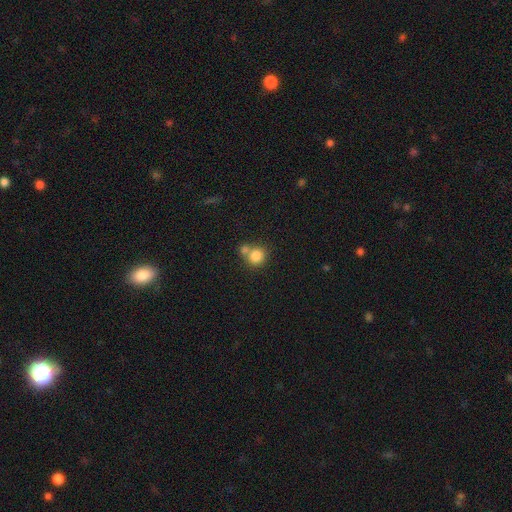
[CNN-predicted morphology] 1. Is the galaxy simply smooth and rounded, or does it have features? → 82% smooth, 10% star or artifact, 8% featured or disk.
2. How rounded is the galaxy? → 84% round, 15% in between, 1% cigar-shaped.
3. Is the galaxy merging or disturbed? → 46% none, 42% merger, 9% minor disturbance, 4% major disturbance.